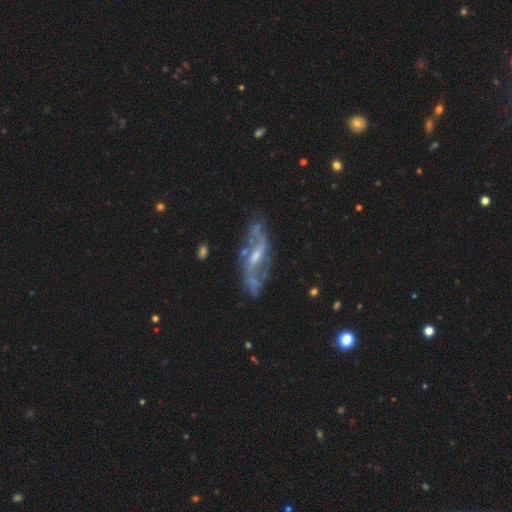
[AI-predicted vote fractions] smooth_or_featured: featured or disk (p=0.81) [alt: star or artifact p=0.10]
disk_edge_on: no (p=0.85) [alt: yes p=0.15]
bar: weak (p=0.45) [alt: strong p=0.28]
has_spiral_arms: yes (p=0.90) [alt: no p=0.10]
spiral_winding: medium (p=0.42) [alt: loose p=0.38]
spiral_arm_count: 2 (p=0.78) [alt: can't tell p=0.13]
bulge_size: small (p=0.56) [alt: moderate p=0.38]
merging: none (p=0.77) [alt: minor disturbance p=0.14]